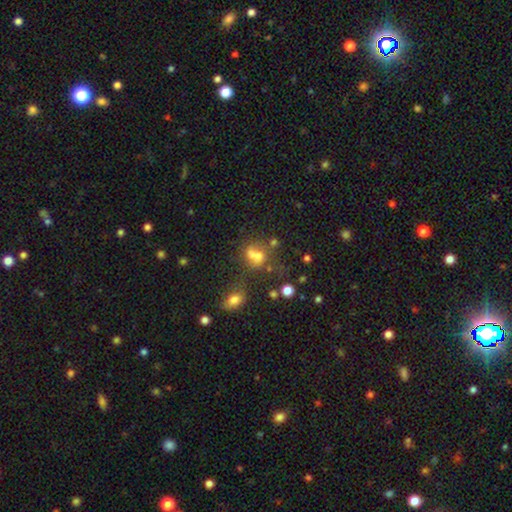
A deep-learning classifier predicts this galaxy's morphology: smooth-or-featured: smooth: 57% | star or artifact: 22% | featured or disk: 21%
  how-rounded: in between: 49% | round: 46% | cigar-shaped: 5%
  merging: merger: 35% | none: 34% | major disturbance: 16% | minor disturbance: 16%